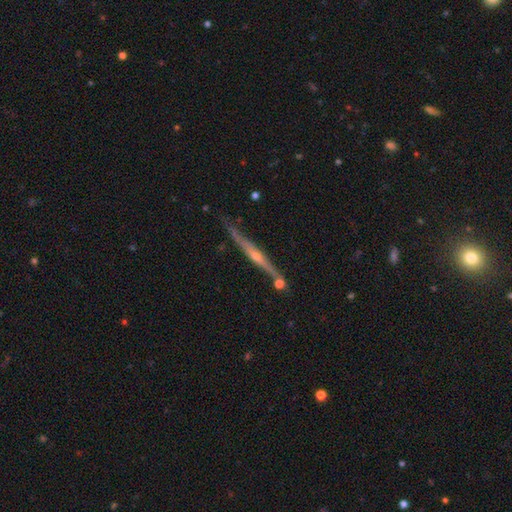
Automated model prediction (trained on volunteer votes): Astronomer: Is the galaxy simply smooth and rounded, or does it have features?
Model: featured or disk — 77%.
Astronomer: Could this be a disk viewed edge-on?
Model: yes — 97%.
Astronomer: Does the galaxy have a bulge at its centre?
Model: rounded — 71%.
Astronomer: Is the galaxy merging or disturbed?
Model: none — 75%.